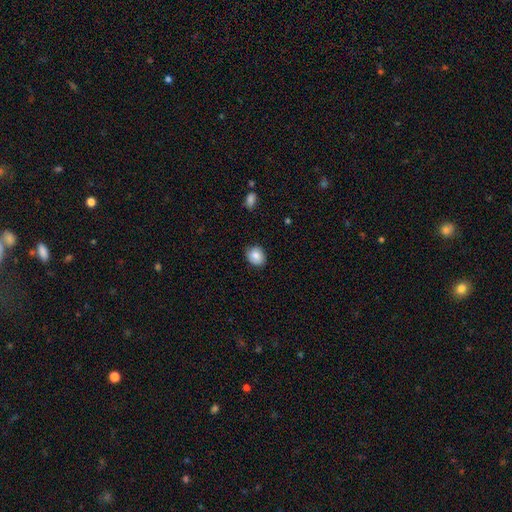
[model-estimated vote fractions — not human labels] Morphology: type=smooth (84%); roundness=round (59%); merging=none (83%).